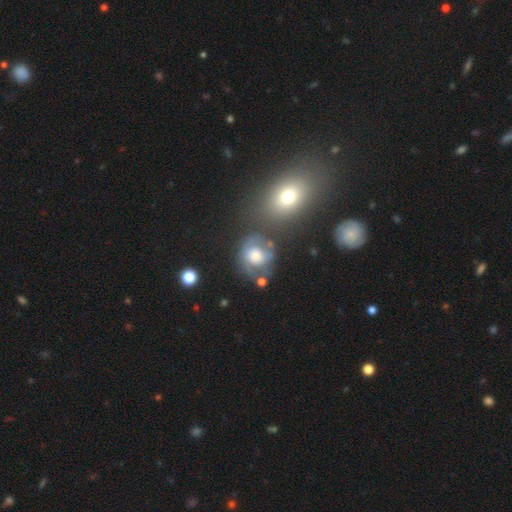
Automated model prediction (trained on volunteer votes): Smooth or featured? featured or disk (45%)
Merging? none (44%)